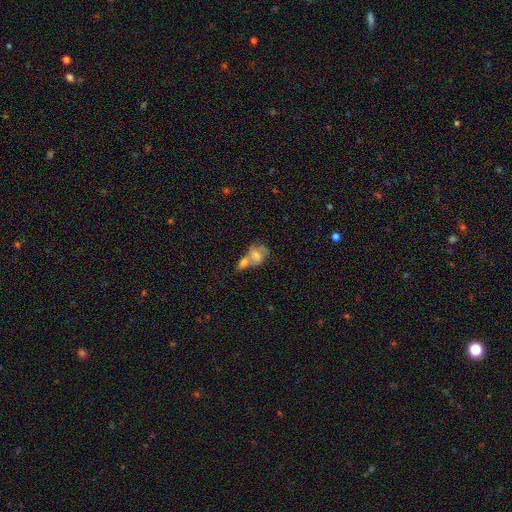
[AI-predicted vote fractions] smooth-or-featured: featured or disk: 47% | smooth: 43% | star or artifact: 10%
  merging: merger: 64% | none: 17% | minor disturbance: 9% | major disturbance: 9%